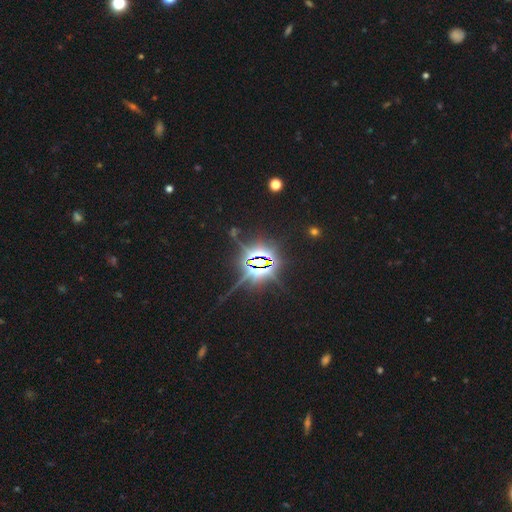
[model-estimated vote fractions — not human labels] smooth_or_featured: star or artifact (p=0.86) [alt: smooth p=0.08]